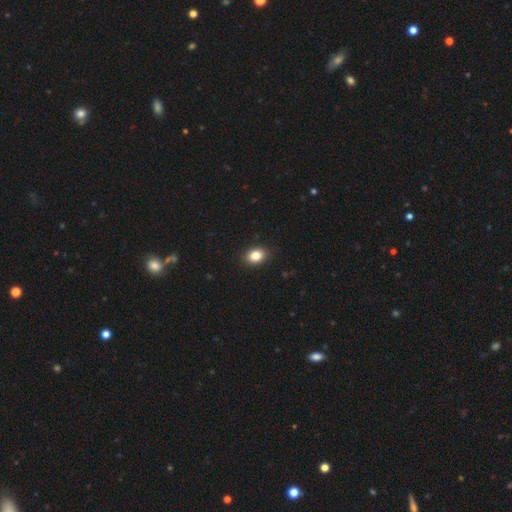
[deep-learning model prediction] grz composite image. It shows a smooth galaxy with no disk features (85%) that is in between round and cigar-shaped (72%). Merging: none (90%).